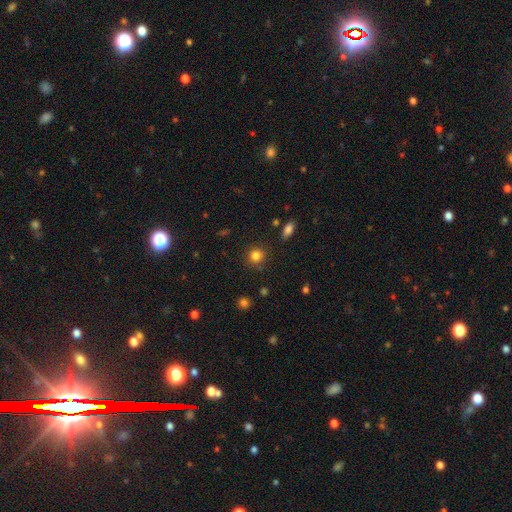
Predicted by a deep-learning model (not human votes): Smooth or featured? Predicted: smooth (p=0.82). How rounded? Predicted: round (p=0.88). Merging? Predicted: none (p=0.85).